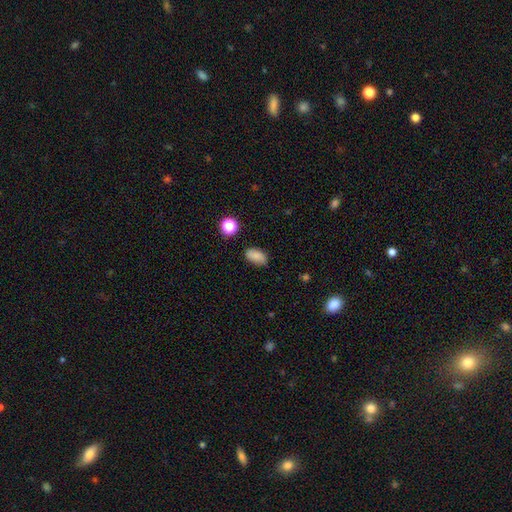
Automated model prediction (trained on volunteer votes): smooth-or-featured: smooth: 83% | star or artifact: 11% | featured or disk: 7%
  how-rounded: in between: 89% | round: 8% | cigar-shaped: 2%
  merging: none: 81% | minor disturbance: 14% | major disturbance: 3% | merger: 2%